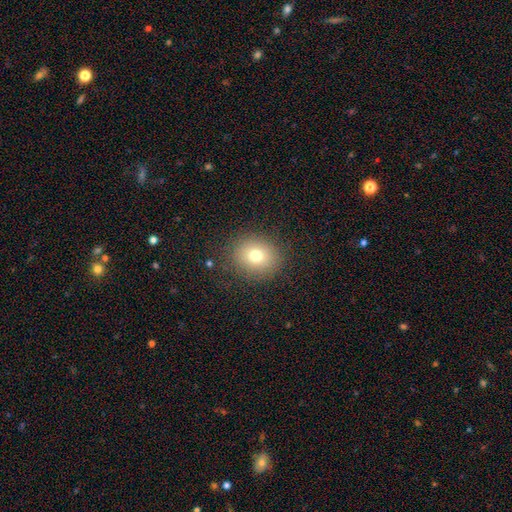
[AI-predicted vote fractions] Morphology: type=smooth (75%); roundness=round (79%); merging=none (85%).